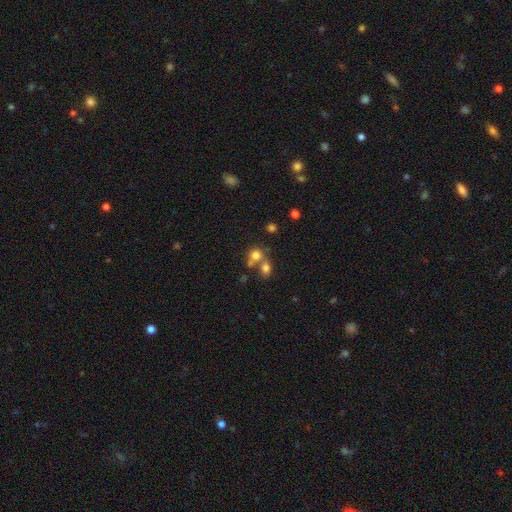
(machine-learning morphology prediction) smooth_or_featured: smooth (p=0.74) [alt: star or artifact p=0.14]
how_rounded: round (p=0.73) [alt: in between p=0.26]
merging: merger (p=0.47) [alt: none p=0.40]